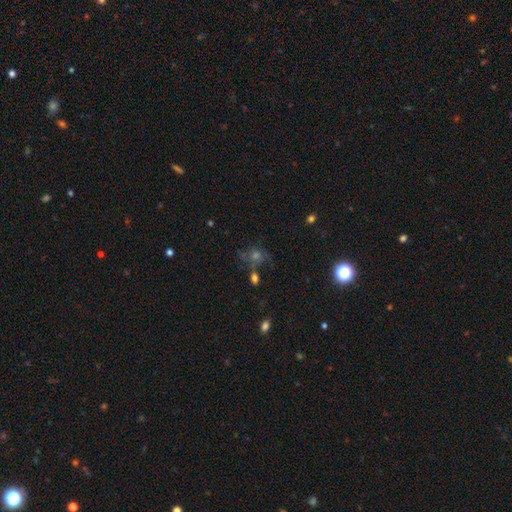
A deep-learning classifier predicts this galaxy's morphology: smooth_or_featured: star or artifact (p=0.39) [alt: smooth p=0.34]